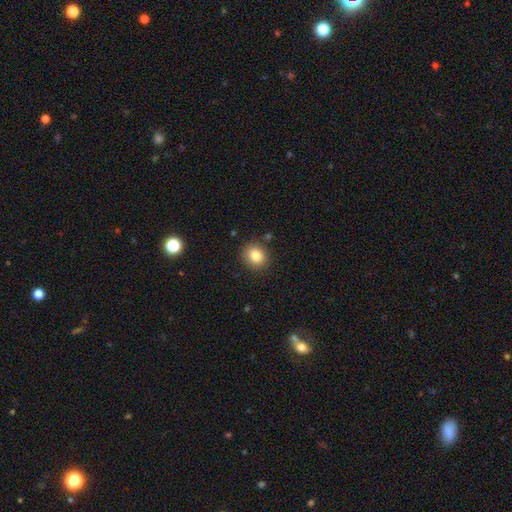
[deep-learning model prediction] Q: Smooth or featured?
A: smooth (83%); runner-up: star or artifact (11%)
Q: How rounded?
A: round (79%); runner-up: in between (20%)
Q: Merging?
A: none (87%); runner-up: minor disturbance (8%)